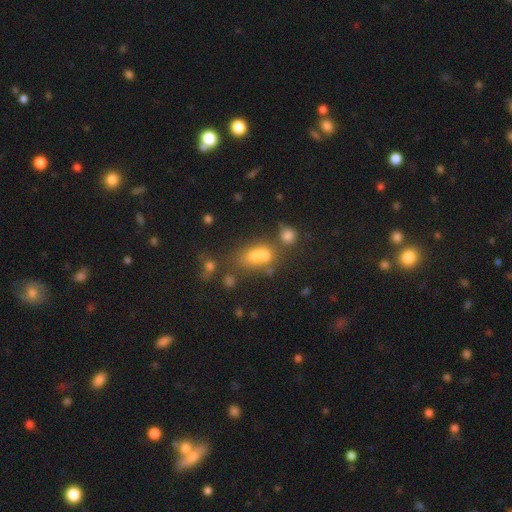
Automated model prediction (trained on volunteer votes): smooth-or-featured: smooth: 60% | featured or disk: 20% | star or artifact: 20%
  how-rounded: in between: 52% | round: 44% | cigar-shaped: 3%
  merging: merger: 52% | none: 30% | minor disturbance: 10% | major disturbance: 7%